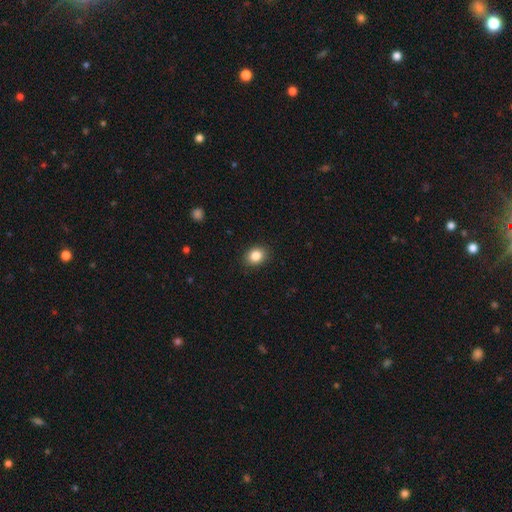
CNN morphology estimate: A smooth galaxy with no disk features (84%) that is round (60%).

Vote fractions:
- Smooth or featured? smooth: 84% / star or artifact: 10% / featured or disk: 6%
- How rounded? round: 60% / in between: 39% / cigar-shaped: 1%
- Merging? none: 90% / minor disturbance: 7% / major disturbance: 2% / merger: 1%